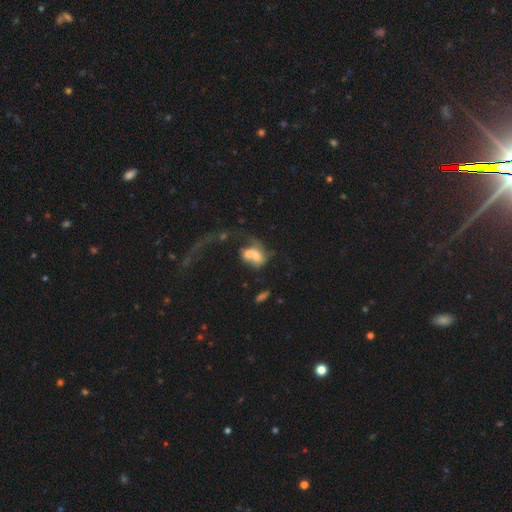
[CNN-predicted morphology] A smooth galaxy with no disk features (48%). Merging: merger (63%).